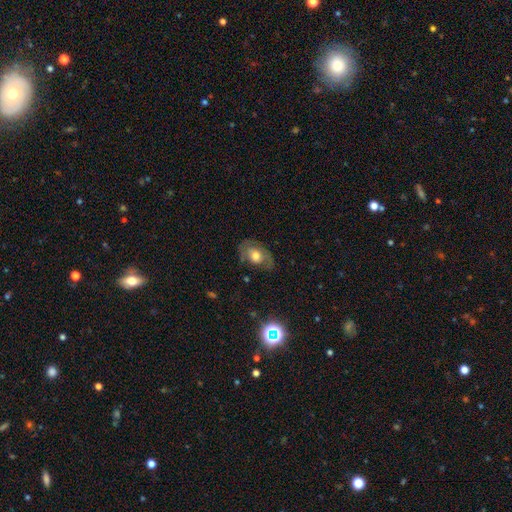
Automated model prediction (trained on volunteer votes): This appears to be a featured or disk galaxy (47%). Merging: none (66%).